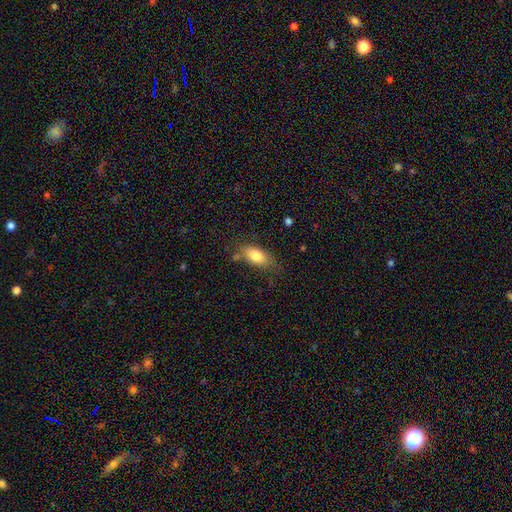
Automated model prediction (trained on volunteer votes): The model was most divided on "merging": none: 66%, minor disturbance: 22%, major disturbance: 7%, merger: 5%. More confident: how rounded — in between (88%); smooth or featured — smooth (80%).